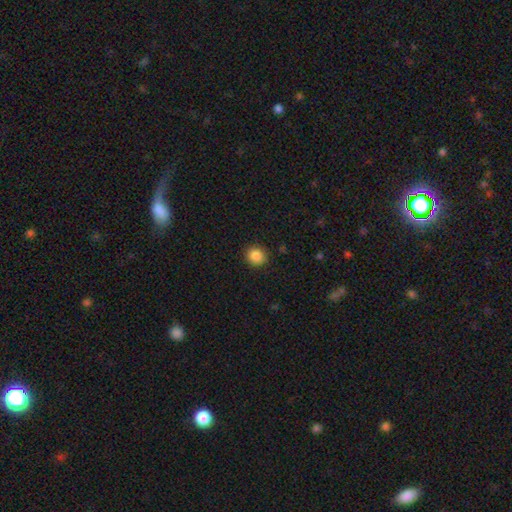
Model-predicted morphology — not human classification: Smooth or featured? Predicted: smooth (p=0.87). How rounded? Predicted: round (p=0.85). Merging? Predicted: none (p=0.90).